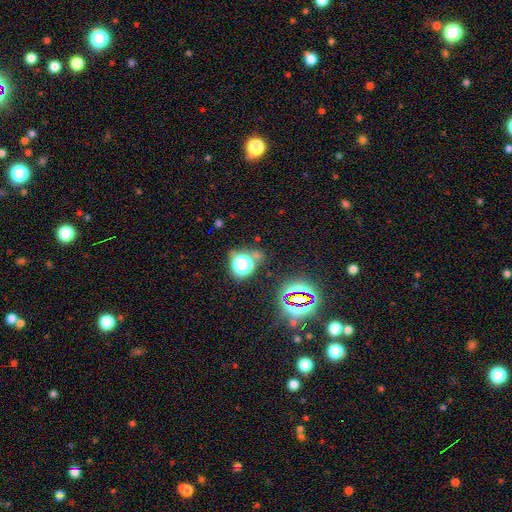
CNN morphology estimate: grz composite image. It shows a star or artifact, not a galaxy (64%).